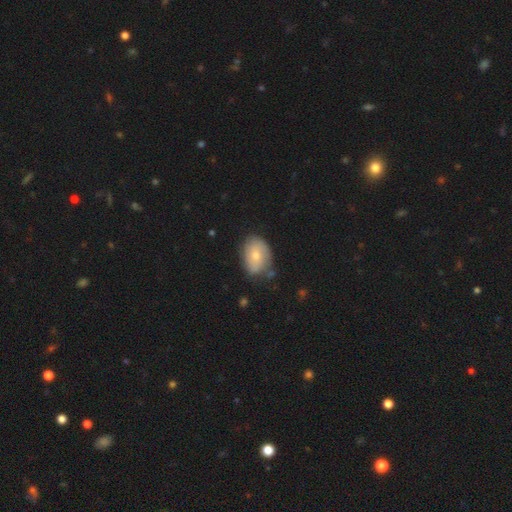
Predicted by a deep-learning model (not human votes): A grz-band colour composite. It shows a smooth galaxy with no disk features (63%) that is in between round and cigar-shaped (80%). Merging: none (66%).